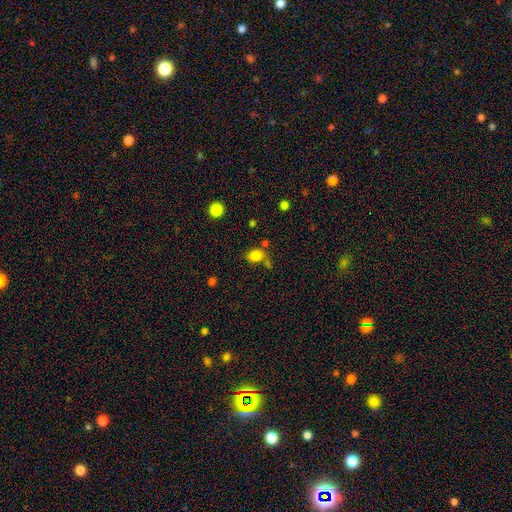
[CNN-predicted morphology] Smooth or featured?
  - smooth: 82% *
  - star or artifact: 12%
  - featured or disk: 5%
How rounded?
  - in between: 63% *
  - round: 36%
  - cigar-shaped: 1%
Merging?
  - none: 57% *
  - minor disturbance: 17%
  - merger: 17%
  - major disturbance: 8%